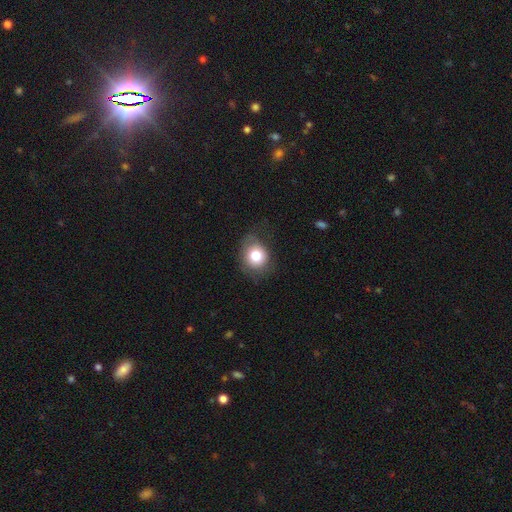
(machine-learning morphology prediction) Smooth or featured? Predicted: smooth (p=0.78). How rounded? Predicted: round (p=0.70). Merging? Predicted: none (p=0.64).